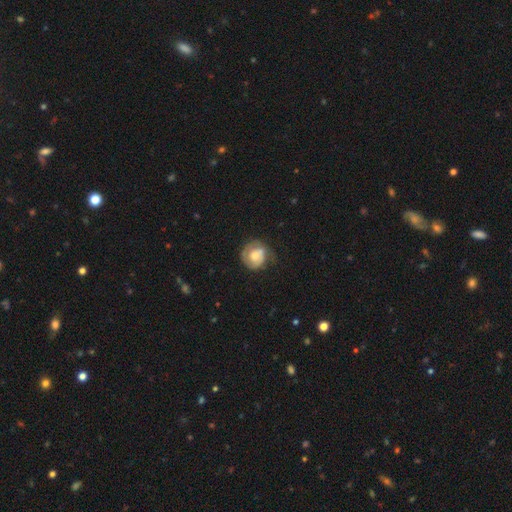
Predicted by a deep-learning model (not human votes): Smooth or featured? featured or disk (49%)
Merging? none (57%)